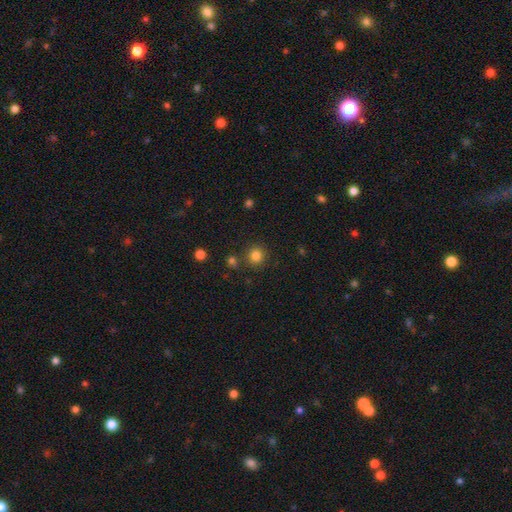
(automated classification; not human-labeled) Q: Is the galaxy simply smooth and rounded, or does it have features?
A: smooth — 82%.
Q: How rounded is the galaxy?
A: round — 89%.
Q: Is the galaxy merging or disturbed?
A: none — 83%.